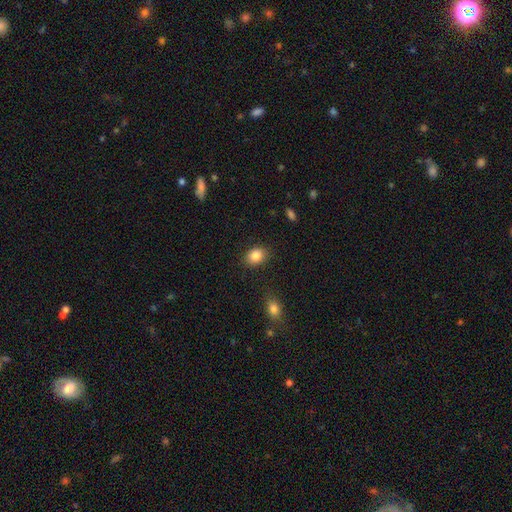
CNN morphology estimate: Q: Smooth or featured?
A: smooth (85%); runner-up: star or artifact (9%)
Q: How rounded?
A: in between (64%); runner-up: round (35%)
Q: Merging?
A: none (86%); runner-up: minor disturbance (9%)